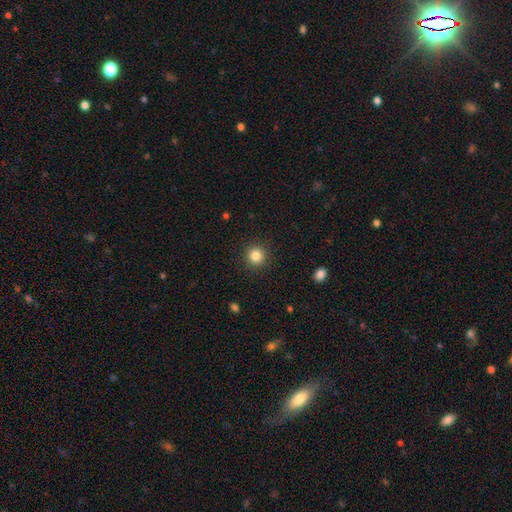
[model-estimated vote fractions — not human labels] smooth_or_featured: smooth (p=0.84) [alt: star or artifact p=0.11]
how_rounded: round (p=0.94) [alt: in between p=0.05]
merging: none (p=0.91) [alt: minor disturbance p=0.05]